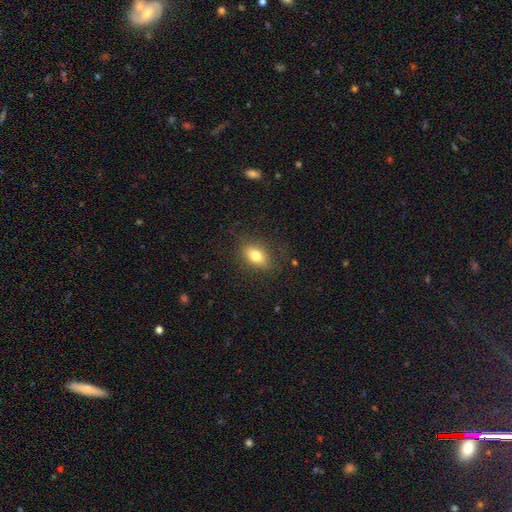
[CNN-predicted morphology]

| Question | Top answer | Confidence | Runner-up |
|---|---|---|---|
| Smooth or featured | smooth | 78% | featured or disk (13%) |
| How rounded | in between | 83% | round (13%) |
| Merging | none | 81% | minor disturbance (13%) |